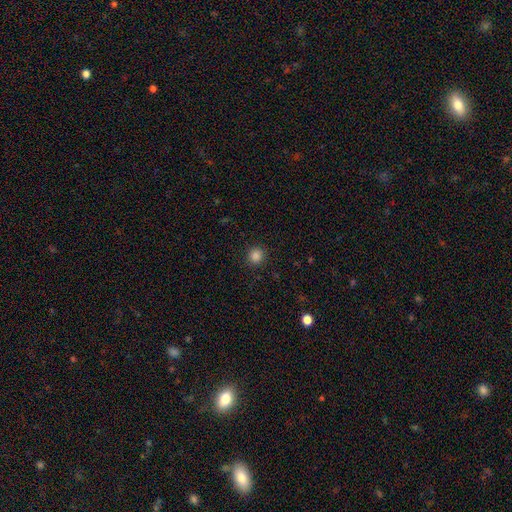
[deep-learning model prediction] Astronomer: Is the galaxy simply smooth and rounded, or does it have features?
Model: smooth — 85%.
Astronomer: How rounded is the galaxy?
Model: round — 90%.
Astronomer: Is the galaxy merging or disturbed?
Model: none — 90%.